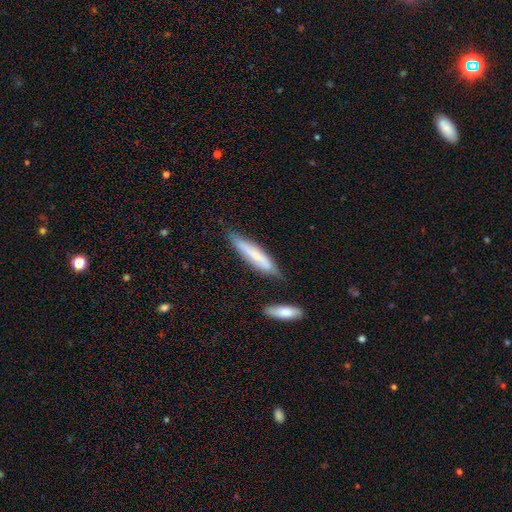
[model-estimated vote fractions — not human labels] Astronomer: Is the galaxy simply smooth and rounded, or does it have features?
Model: smooth — 67%.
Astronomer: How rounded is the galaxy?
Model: cigar-shaped — 84%.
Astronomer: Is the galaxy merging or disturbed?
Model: none — 69%.